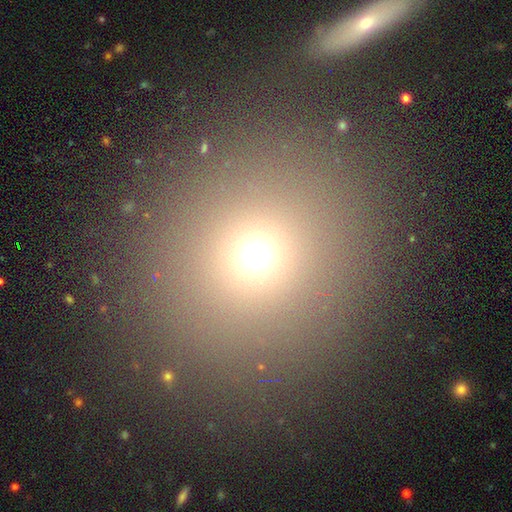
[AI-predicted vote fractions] Smooth or featured? Predicted: smooth (p=0.66). How rounded? Predicted: round (p=0.90). Merging? Predicted: none (p=0.86).